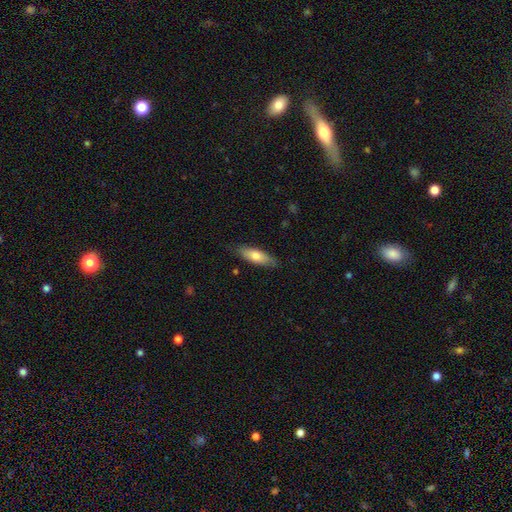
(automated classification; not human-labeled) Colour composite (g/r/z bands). It shows a smooth galaxy with no disk features (71%) that is in between round and cigar-shaped (56%). Merging: none (82%).